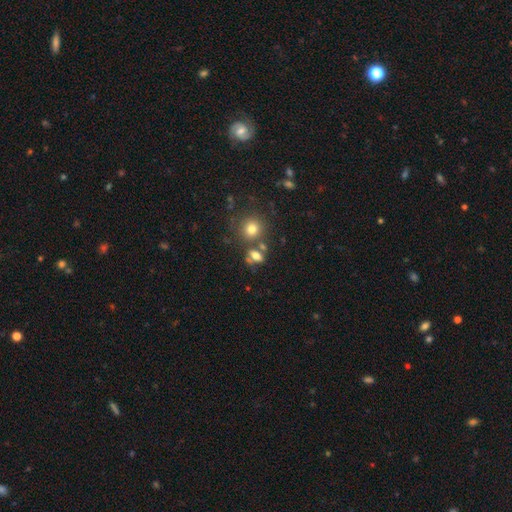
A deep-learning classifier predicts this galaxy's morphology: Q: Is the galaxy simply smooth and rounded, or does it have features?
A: smooth — 69%.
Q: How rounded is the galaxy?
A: in between — 70%.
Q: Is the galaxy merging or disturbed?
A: none — 54%.